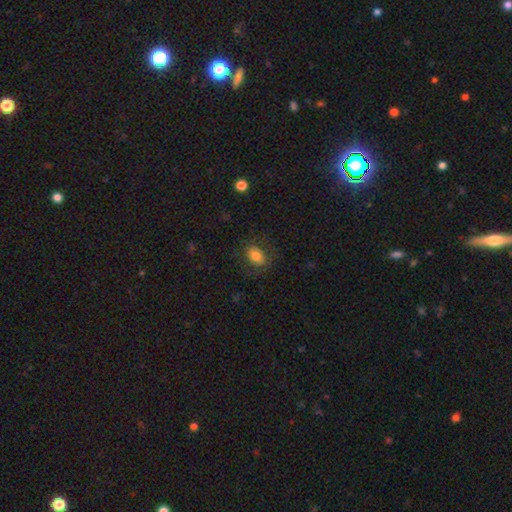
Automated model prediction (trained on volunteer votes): This appears to be a smooth galaxy with no disk features (75%) that is in between round and cigar-shaped (80%). Merging: none (73%).